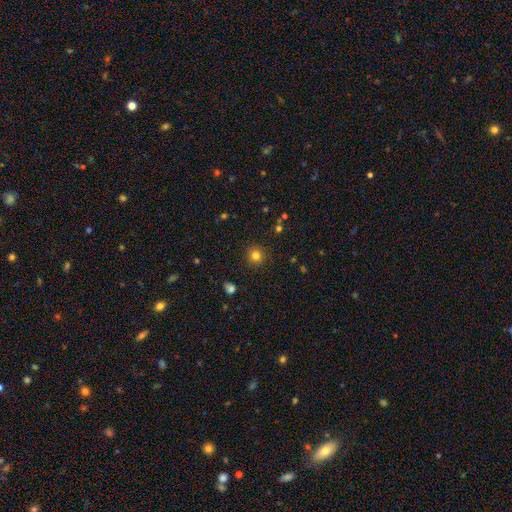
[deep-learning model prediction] Overall: smooth (80%). How rounded: round (93%). Merging: none (91%).